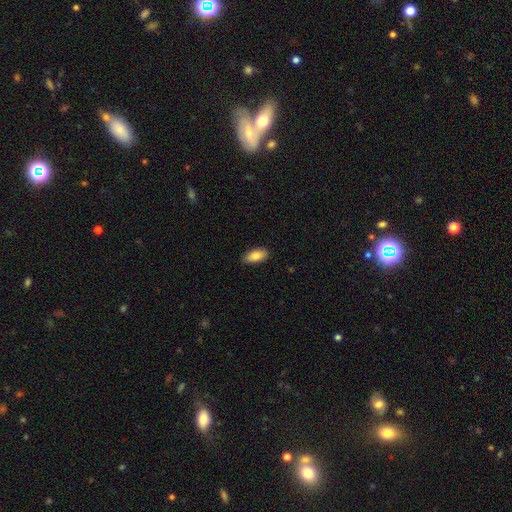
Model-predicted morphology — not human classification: smooth 84%, featured or disk 10%, star or artifact 7%. Down the decision tree: how rounded — in between (91%); merging — none (84%).